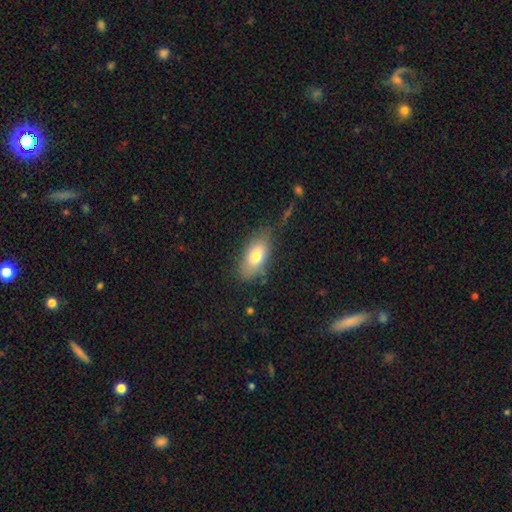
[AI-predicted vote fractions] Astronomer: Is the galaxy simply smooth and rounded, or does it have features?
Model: smooth — 75%.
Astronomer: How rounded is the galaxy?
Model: in between — 88%.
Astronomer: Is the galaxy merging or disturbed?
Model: none — 72%.